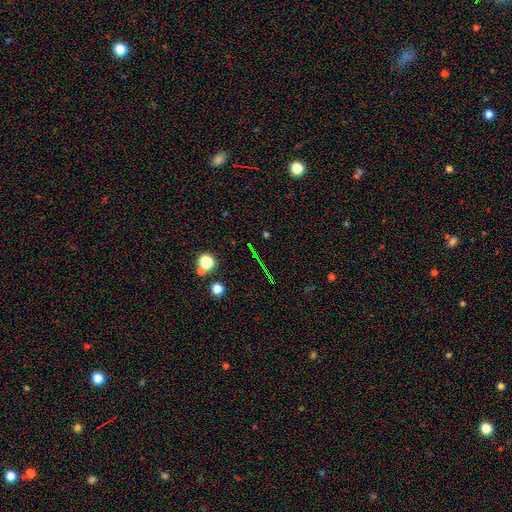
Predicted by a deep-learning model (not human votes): Q: Smooth or featured?
A: star or artifact (65%); runner-up: smooth (20%)